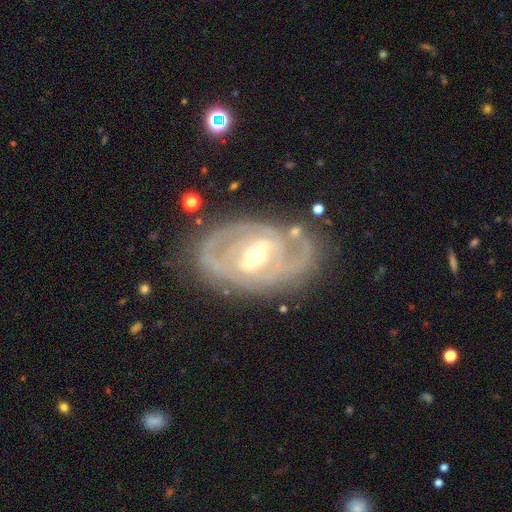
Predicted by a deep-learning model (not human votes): featured or disk 86%, smooth 8%, star or artifact 5%. Down the decision tree: edge-on disk — no (95%); bar — weak (43%); spiral arms — yes (87%); spiral arm count — 2 (52%); spiral winding — tight (57%); bulge size — moderate (57%); merging — none (71%).